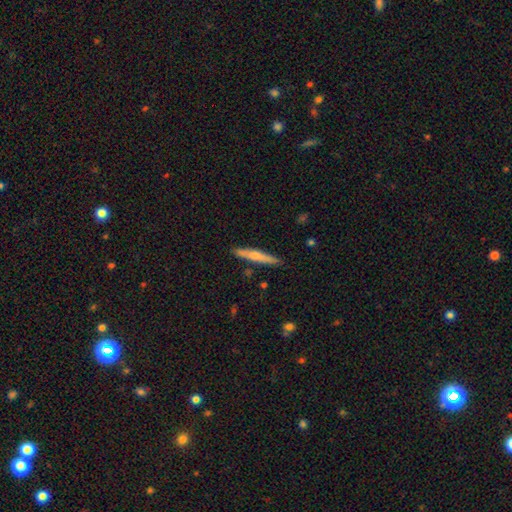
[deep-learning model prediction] A smooth galaxy with no disk features (53%) that is cigar-shaped (94%). Merging: none (87%).